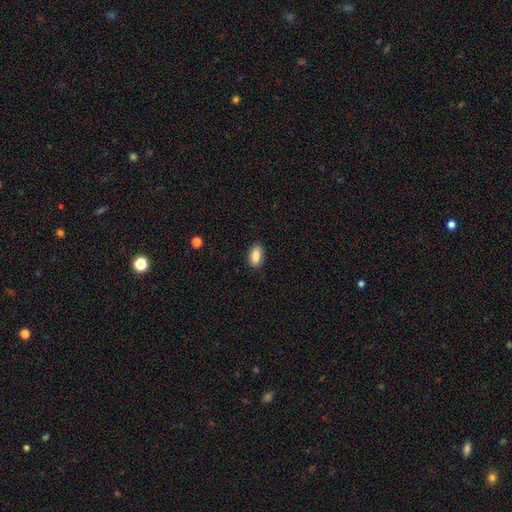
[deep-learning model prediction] Morphology: type=smooth (85%); roundness=in between (90%); merging=none (88%).